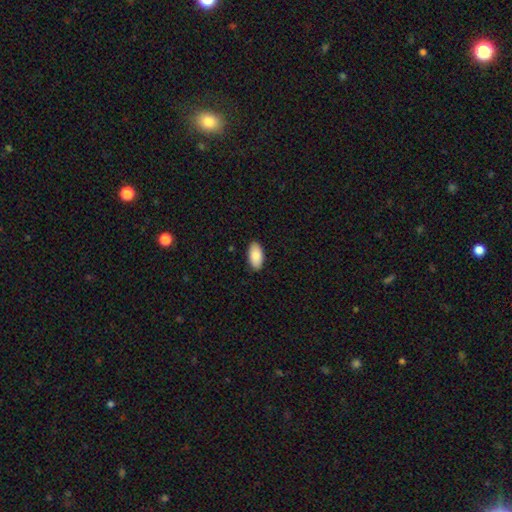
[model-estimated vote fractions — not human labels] Smooth or featured?
  - smooth: 88% *
  - featured or disk: 6%
  - star or artifact: 6%
How rounded?
  - in between: 95% *
  - cigar-shaped: 3%
  - round: 2%
Merging?
  - none: 89% *
  - minor disturbance: 8%
  - major disturbance: 2%
  - merger: 1%